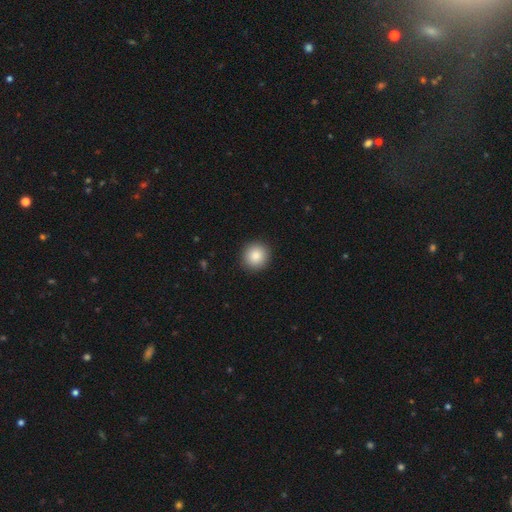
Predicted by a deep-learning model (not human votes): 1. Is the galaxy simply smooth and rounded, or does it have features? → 87% smooth, 8% star or artifact, 5% featured or disk.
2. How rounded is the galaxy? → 92% round, 7% in between, 1% cigar-shaped.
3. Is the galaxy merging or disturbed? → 92% none, 5% minor disturbance, 2% major disturbance, 1% merger.